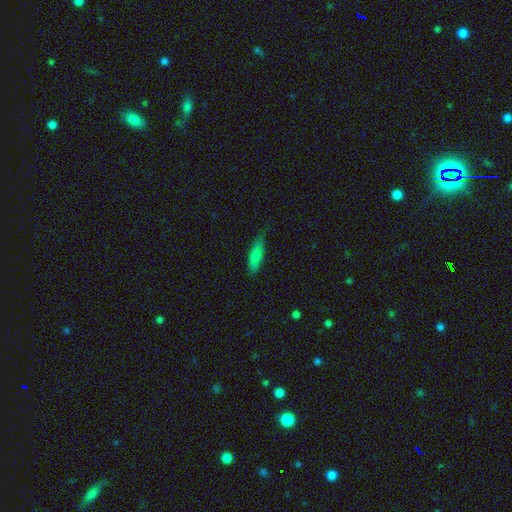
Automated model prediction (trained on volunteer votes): Smooth or featured: smooth — 78% (featured or disk — 15%)
How rounded: cigar-shaped — 56% (in between — 42%)
Merging: none — 69% (minor disturbance — 25%)